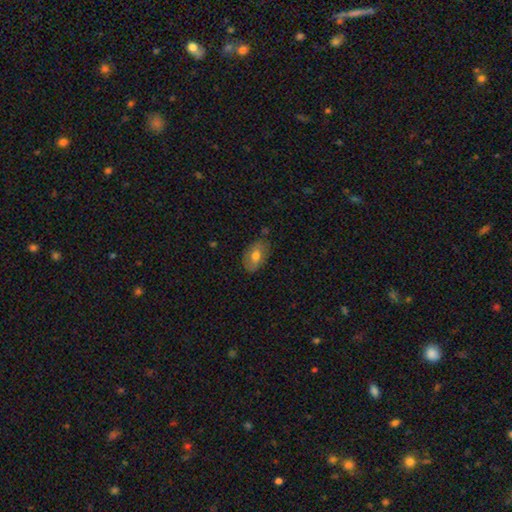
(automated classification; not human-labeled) A smooth galaxy with no disk features (65%) that is in between round and cigar-shaped (89%).

Vote fractions:
- Smooth or featured? smooth: 65% / featured or disk: 28% / star or artifact: 8%
- How rounded? in between: 89% / round: 9% / cigar-shaped: 2%
- Merging? none: 78% / minor disturbance: 17% / major disturbance: 3% / merger: 2%